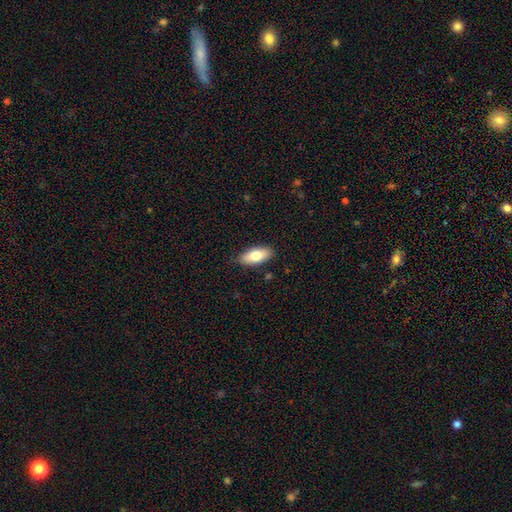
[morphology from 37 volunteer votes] This is likely a smooth galaxy (68%). How rounded: clearly in between (84%). Merging: clearly none (89%).